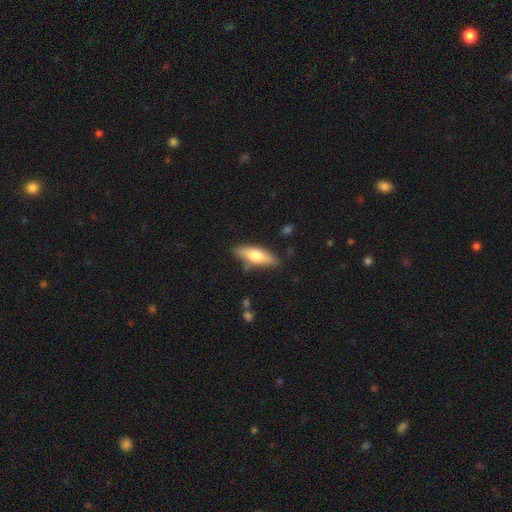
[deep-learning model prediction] Smooth or featured? smooth (65%)
How rounded? in between (53%)
Merging? none (81%)